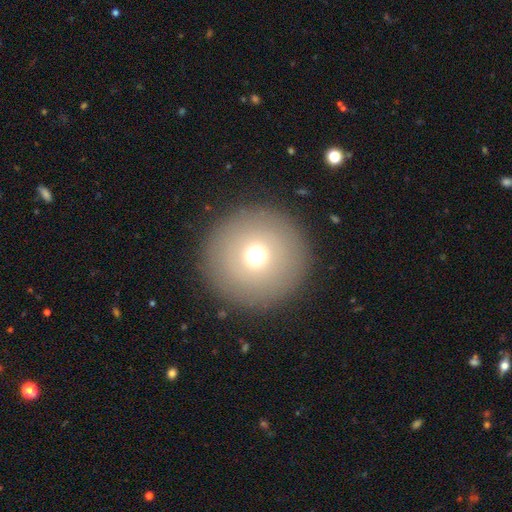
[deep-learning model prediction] smooth-or-featured: smooth: 67% | featured or disk: 16% | star or artifact: 16%
  how-rounded: round: 96% | in between: 3% | cigar-shaped: 1%
  merging: none: 89% | minor disturbance: 6% | major disturbance: 4% | merger: 2%